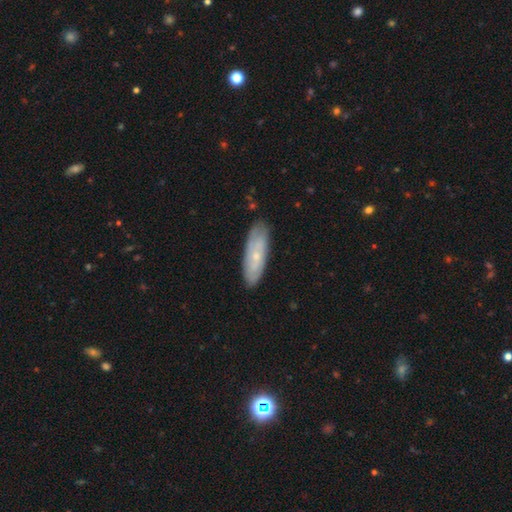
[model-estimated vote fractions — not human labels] Smooth or featured?
  - smooth: 47% * (tied)
  - featured or disk: 47% * (tied)
  - star or artifact: 7%
Merging?
  - none: 80% *
  - minor disturbance: 15%
  - major disturbance: 3%
  - merger: 2%